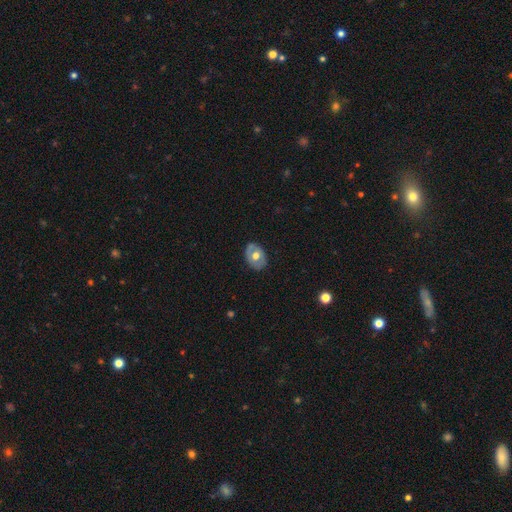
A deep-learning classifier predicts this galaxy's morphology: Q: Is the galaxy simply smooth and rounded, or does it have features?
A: smooth — 48%.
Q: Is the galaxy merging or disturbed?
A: none — 81%.